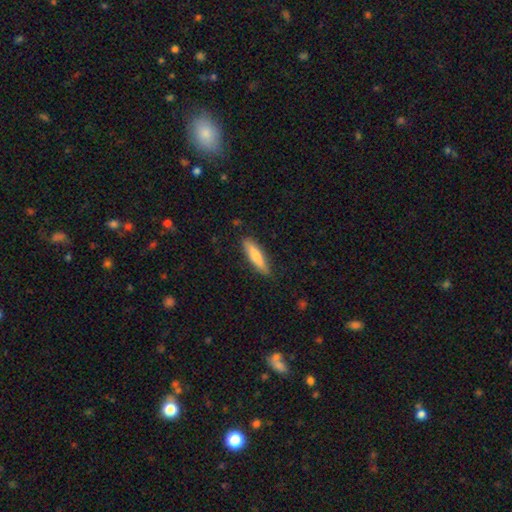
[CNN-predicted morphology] A smooth galaxy with no disk features (69%) that is cigar-shaped (75%).

Vote fractions:
- Smooth or featured? smooth: 69% / featured or disk: 25% / star or artifact: 5%
- How rounded? cigar-shaped: 75% / in between: 24% / round: 2%
- Merging? none: 86% / minor disturbance: 11% / major disturbance: 2% / merger: 1%